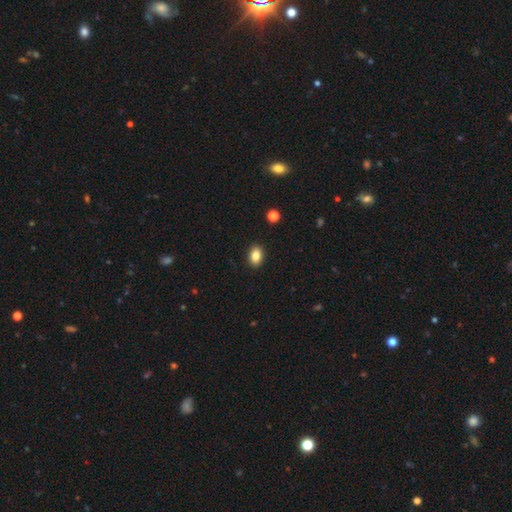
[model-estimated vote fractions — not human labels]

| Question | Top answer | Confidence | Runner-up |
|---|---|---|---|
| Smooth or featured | smooth | 84% | star or artifact (9%) |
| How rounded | in between | 82% | round (16%) |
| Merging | none | 90% | minor disturbance (7%) |